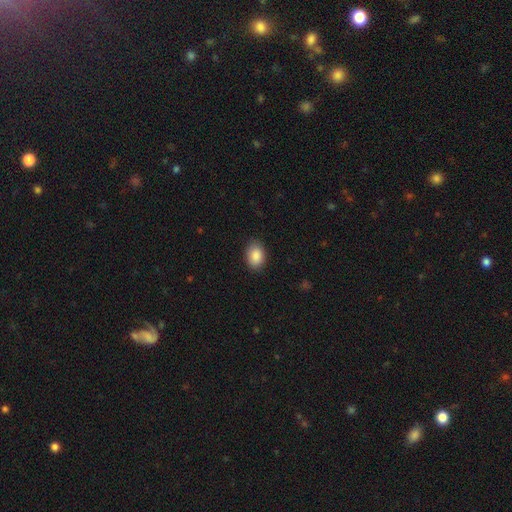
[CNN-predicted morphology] A smooth galaxy with no disk features (88%) that is in between round and cigar-shaped (83%). Merging: none (87%).